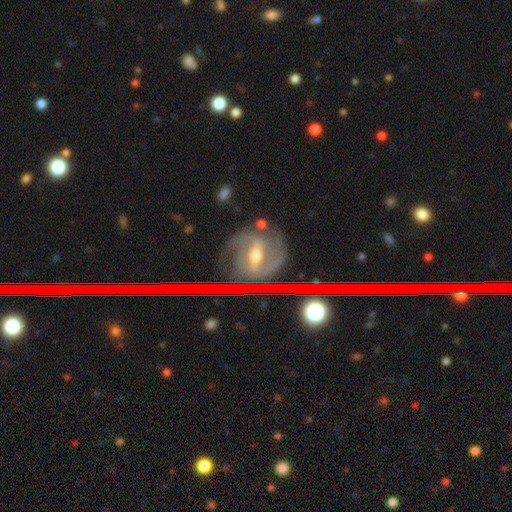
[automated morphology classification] Smooth or featured?
  - featured or disk: 81% *
  - star or artifact: 10%
  - smooth: 9%
Edge-on disk?
  - no: 93% *
  - yes: 7%
Bar?
  - strong: 57% *
  - weak: 33%
  - no: 10%
Spiral arms?
  - yes: 92% *
  - no: 8%
Spiral winding?
  - medium: 47% *
  - tight: 35%
  - loose: 17%
Spiral arm count?
  - 2: 73% *
  - can't tell: 11%
  - 3: 7%
  - 1: 3%
  - 4: 3%
  - more than 4: 2%
Bulge size?
  - moderate: 56% *
  - small: 38%
  - large: 3%
  - none: 2%
  - dominant: 1%
Merging?
  - none: 73% *
  - minor disturbance: 16%
  - major disturbance: 8%
  - merger: 3%